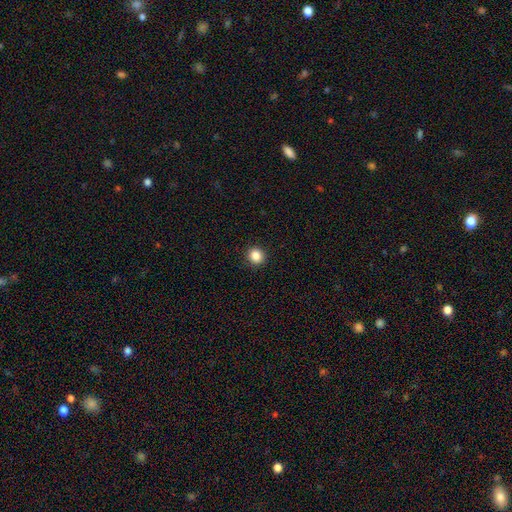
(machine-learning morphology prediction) Smooth or featured? smooth (86%)
How rounded? round (91%)
Merging? none (93%)